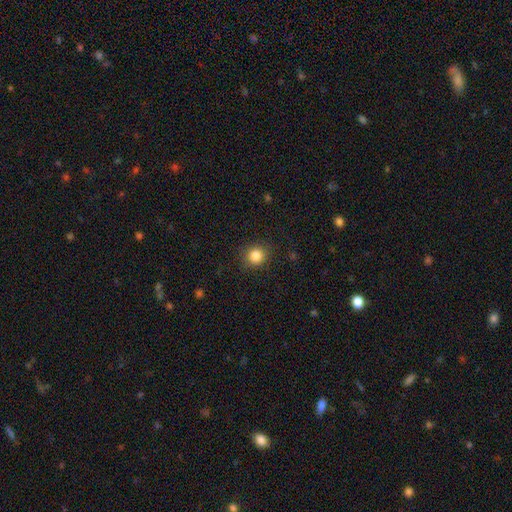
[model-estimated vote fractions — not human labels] The model was most divided on "how rounded": round: 85%, in between: 14%, cigar-shaped: 1%. More confident: merging — none (88%); smooth or featured — smooth (84%).